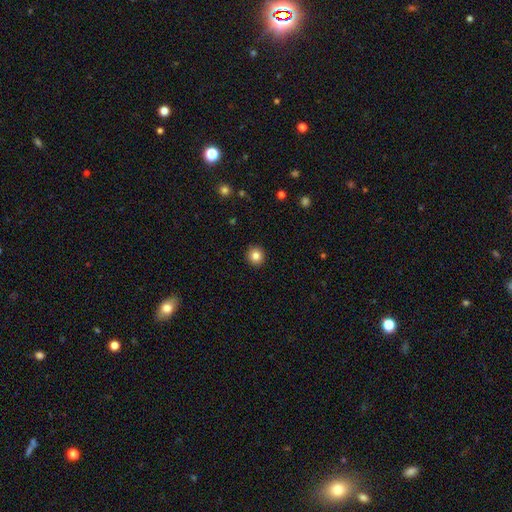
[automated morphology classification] Smooth or featured? Predicted: smooth (p=0.84). How rounded? Predicted: round (p=0.93). Merging? Predicted: none (p=0.93).